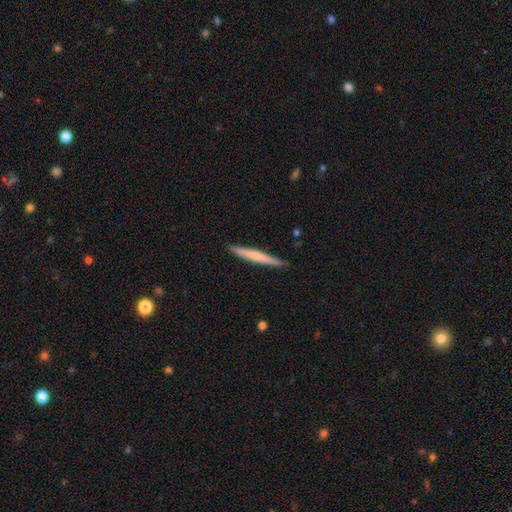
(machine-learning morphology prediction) Q: Smooth or featured?
A: smooth (57%); runner-up: featured or disk (38%)
Q: How rounded?
A: cigar-shaped (97%); runner-up: in between (2%)
Q: Merging?
A: none (90%); runner-up: minor disturbance (7%)